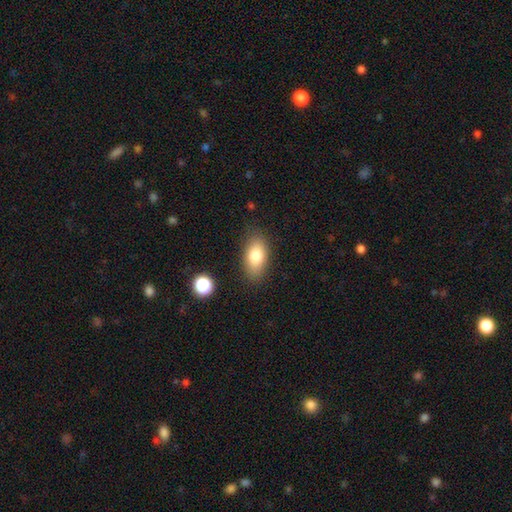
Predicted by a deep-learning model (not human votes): Overall: smooth (81%). How rounded: in between (90%). Merging: none (83%).